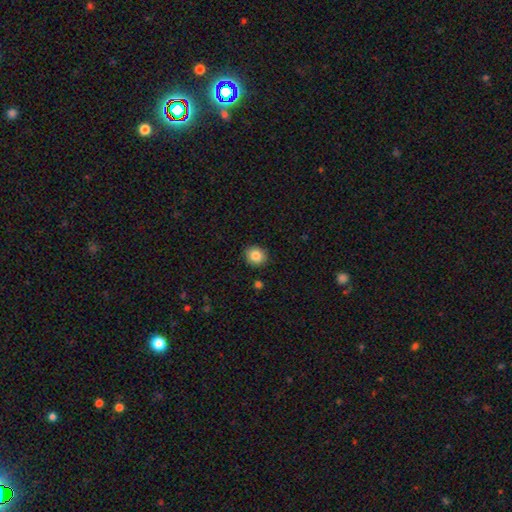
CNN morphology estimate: Smooth or featured?
  - smooth: 85% *
  - star or artifact: 9%
  - featured or disk: 6%
How rounded?
  - round: 81% *
  - in between: 18%
  - cigar-shaped: 1%
Merging?
  - none: 90% *
  - minor disturbance: 7%
  - major disturbance: 2%
  - merger: 1%